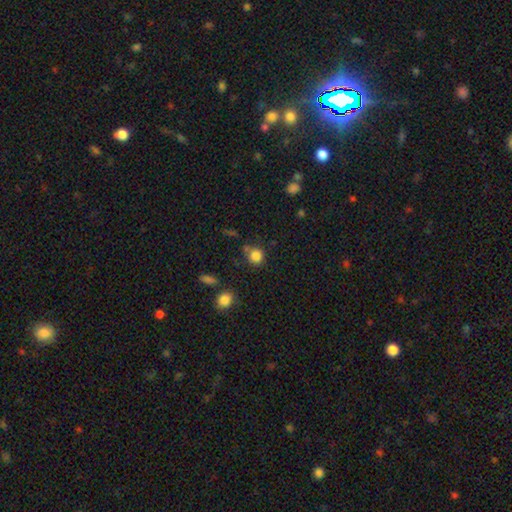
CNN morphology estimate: A smooth galaxy with no disk features (83%) that is round (86%). Merging: none (66%).